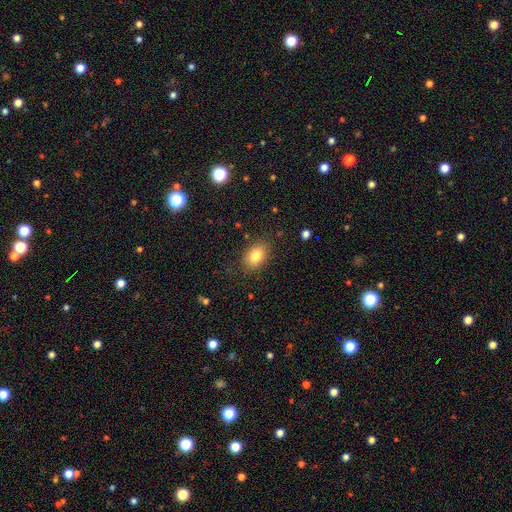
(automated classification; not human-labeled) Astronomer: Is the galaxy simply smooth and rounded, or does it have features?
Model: smooth — 81%.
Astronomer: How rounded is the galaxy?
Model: in between — 75%.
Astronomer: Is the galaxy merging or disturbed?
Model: none — 85%.